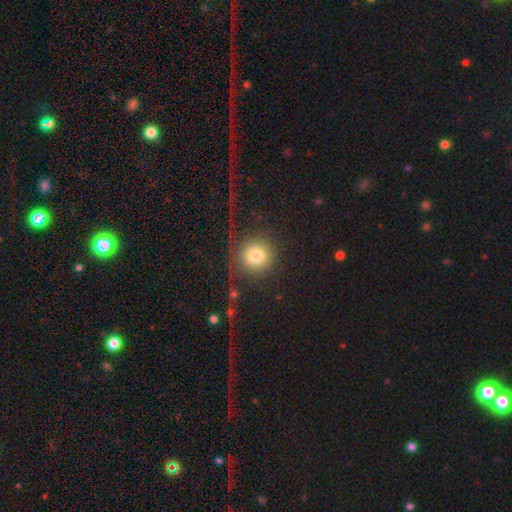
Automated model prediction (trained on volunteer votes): This appears to be a smooth galaxy with no disk features (73%) that is round (92%). Merging: none (61%).